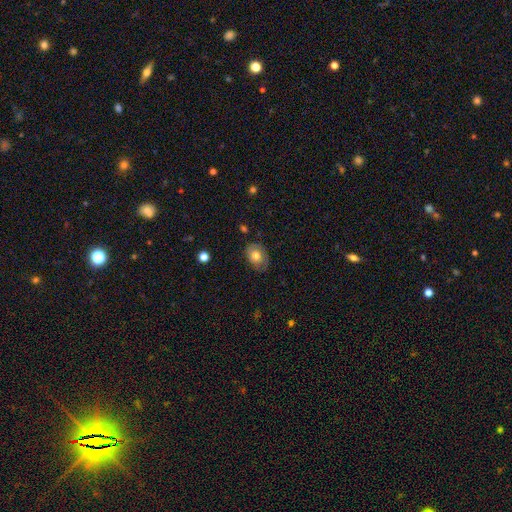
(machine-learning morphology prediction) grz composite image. It shows a smooth galaxy with no disk features (58%) that is in between round and cigar-shaped (69%). Merging: none (71%).